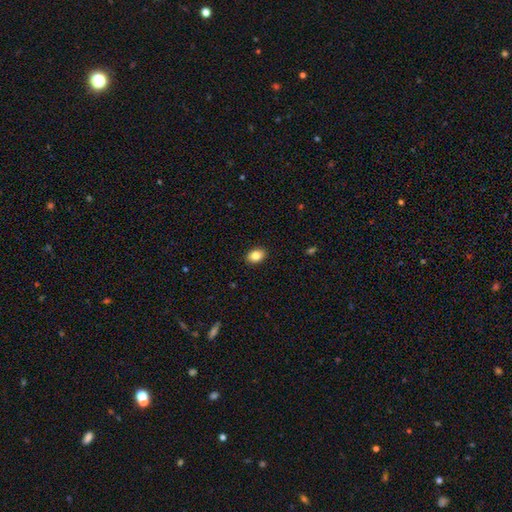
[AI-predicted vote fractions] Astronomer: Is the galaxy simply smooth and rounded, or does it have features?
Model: smooth — 85%.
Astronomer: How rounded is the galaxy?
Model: in between — 77%.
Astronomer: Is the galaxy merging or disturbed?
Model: none — 90%.